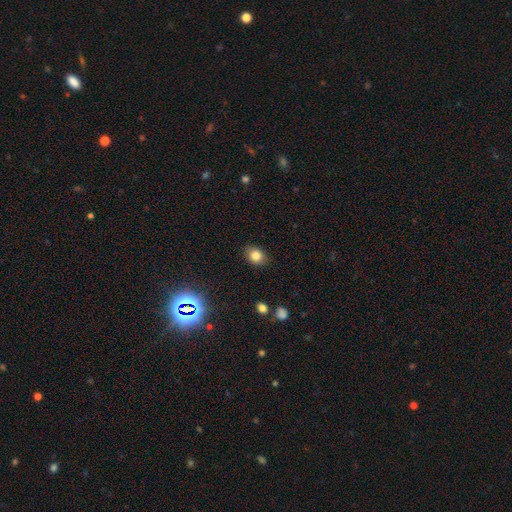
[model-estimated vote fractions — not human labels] A smooth galaxy with no disk features (81%) that is in between round and cigar-shaped (56%). Merging: none (85%).